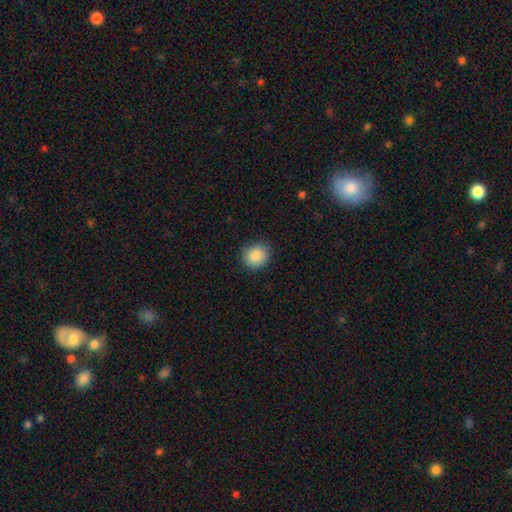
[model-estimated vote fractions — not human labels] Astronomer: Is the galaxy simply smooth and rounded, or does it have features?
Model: smooth — 87%.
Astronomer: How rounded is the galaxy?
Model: round — 82%.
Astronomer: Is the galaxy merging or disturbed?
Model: none — 87%.